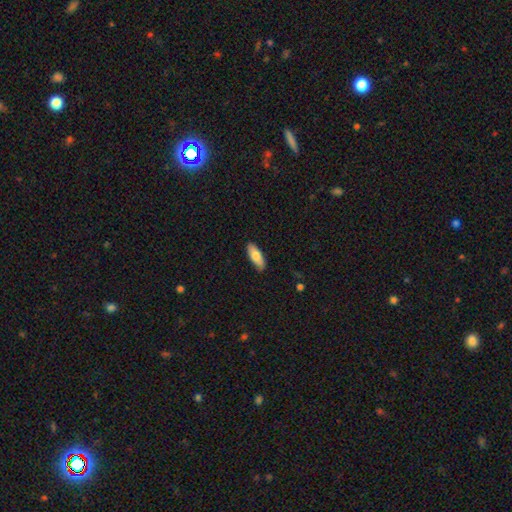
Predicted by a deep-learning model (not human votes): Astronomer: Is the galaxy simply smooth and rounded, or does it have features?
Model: smooth — 76%.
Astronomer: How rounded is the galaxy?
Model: in between — 72%.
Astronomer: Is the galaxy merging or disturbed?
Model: none — 87%.